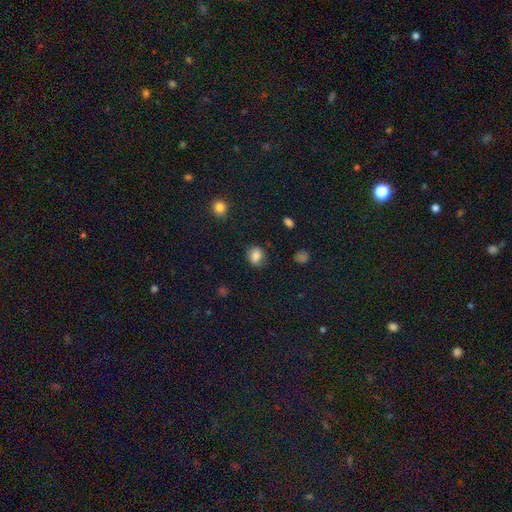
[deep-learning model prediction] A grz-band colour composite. It shows a smooth galaxy with no disk features (82%) that is round (62%). Merging: none (79%).